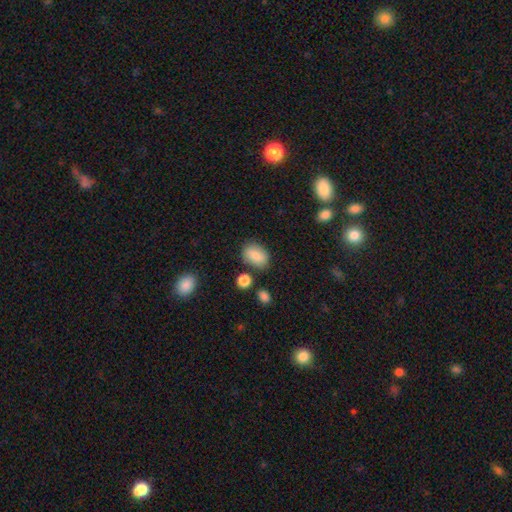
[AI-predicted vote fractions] Q: Smooth or featured?
A: smooth (84%); runner-up: featured or disk (8%)
Q: How rounded?
A: in between (81%); runner-up: round (17%)
Q: Merging?
A: none (76%); runner-up: minor disturbance (14%)